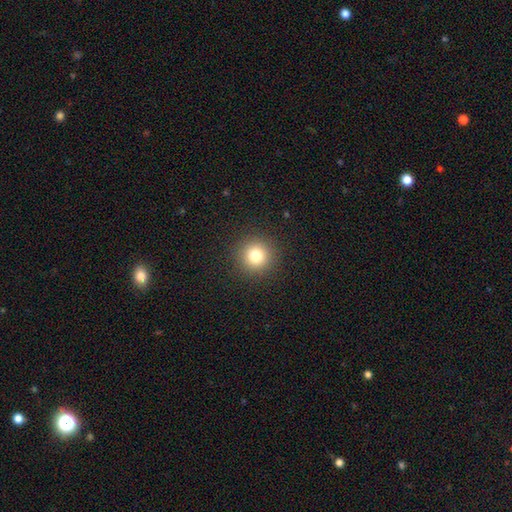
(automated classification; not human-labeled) This is likely a smooth galaxy (79%). How rounded: clearly round (95%). Merging: clearly none (92%).